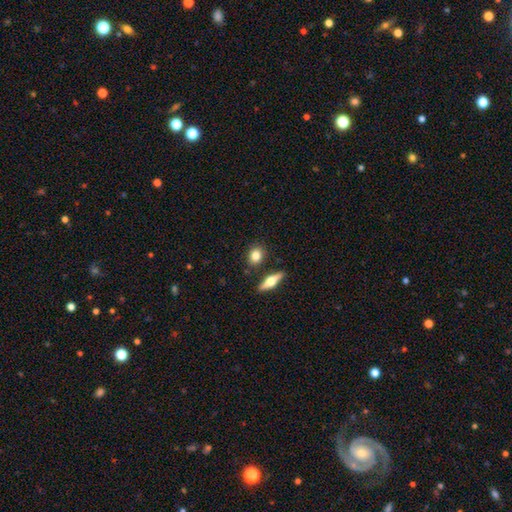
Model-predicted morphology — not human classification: Overall: smooth (81%). How rounded: round (55%; in between 40%). Merging: none (82%).